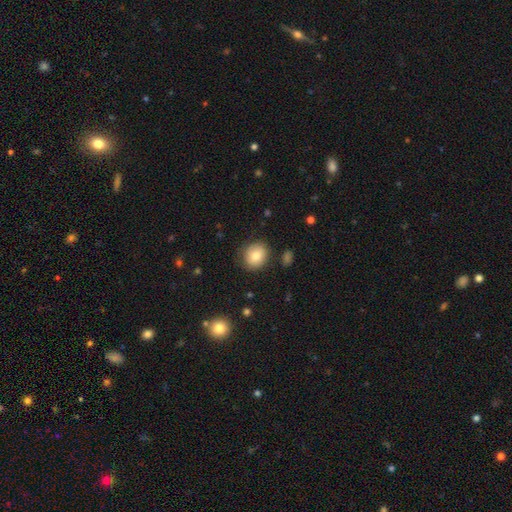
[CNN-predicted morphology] type=smooth (82%); roundness=round (71%); merging=none (83%).